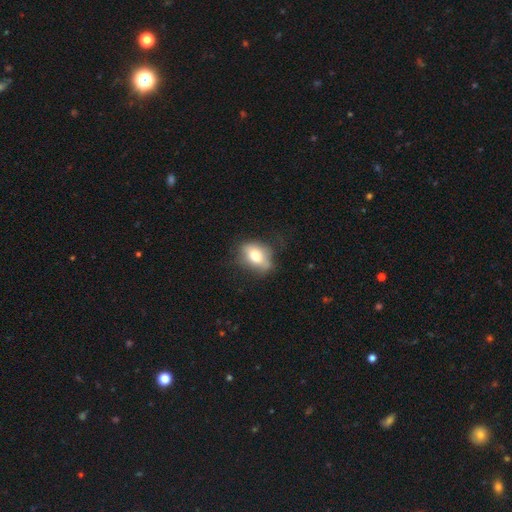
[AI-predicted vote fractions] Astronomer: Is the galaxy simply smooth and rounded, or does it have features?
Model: smooth — 67%.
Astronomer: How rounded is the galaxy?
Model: in between — 74%.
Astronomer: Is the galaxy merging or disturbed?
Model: none — 63%.